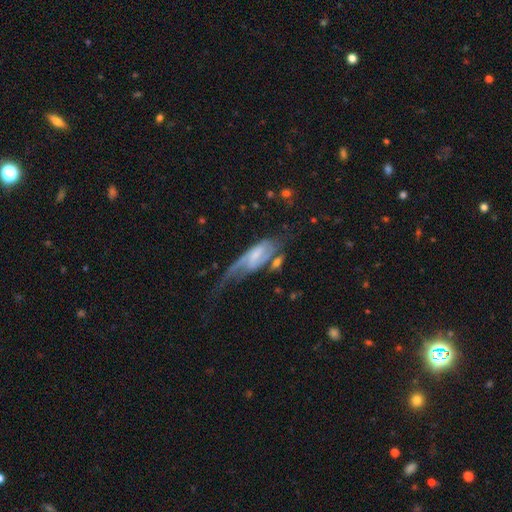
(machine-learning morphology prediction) smooth_or_featured: featured or disk (p=0.70) [alt: smooth p=0.23]
disk_edge_on: no (p=0.87) [alt: yes p=0.13]
bar: weak (p=0.41) [alt: no p=0.33]
has_spiral_arms: yes (p=0.83) [alt: no p=0.17]
spiral_winding: loose (p=0.49) [alt: medium p=0.33]
spiral_arm_count: 2 (p=0.59) [alt: 1 p=0.25]
bulge_size: small (p=0.39) [alt: moderate p=0.26]
merging: major disturbance (p=0.46) [alt: none p=0.23]